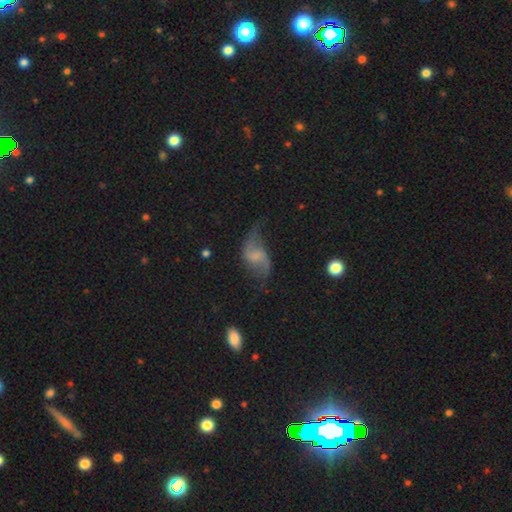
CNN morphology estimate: This appears to be a featured or disk galaxy (75%) with a weak bar (44%), 2 (91%) loose (84%) spiral arms (92%) and no central bulge (36%, tied with small). Merging: none (59%).